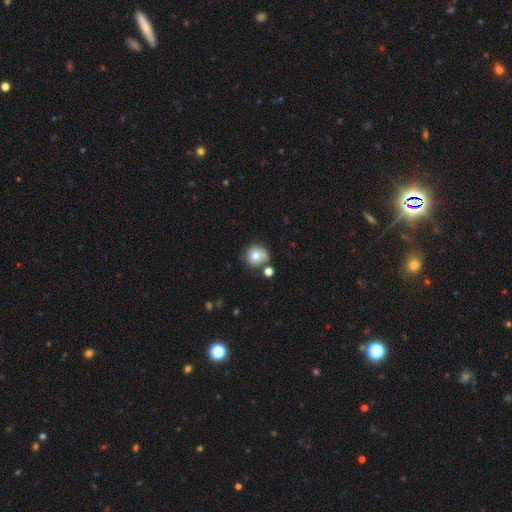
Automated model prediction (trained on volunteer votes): Smooth or featured? Predicted: smooth (p=0.75). How rounded? Predicted: round (p=0.90). Merging? Predicted: none (p=0.63).